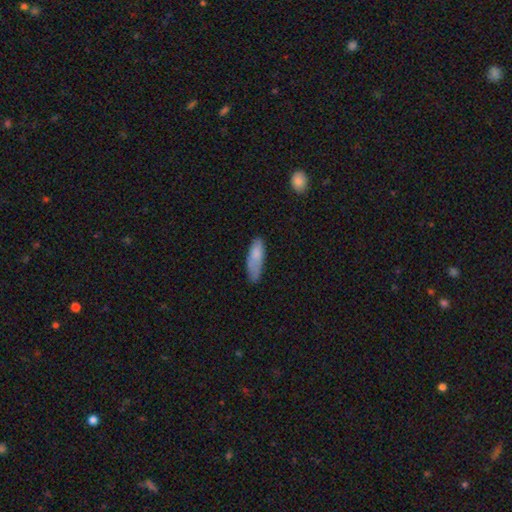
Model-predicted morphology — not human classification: smooth 80%, featured or disk 13%, star or artifact 7%. Down the decision tree: how rounded — in between (56%); merging — none (52%).